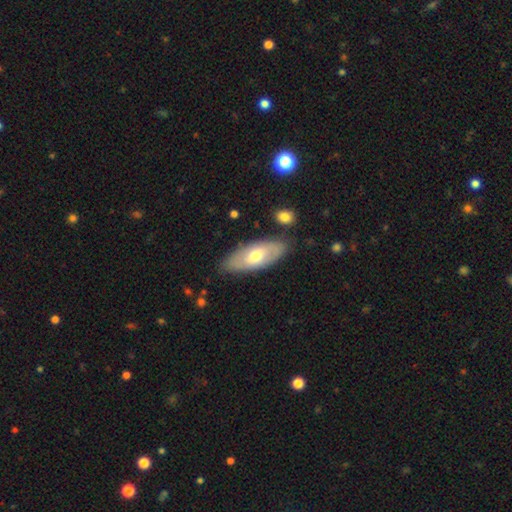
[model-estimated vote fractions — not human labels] A smooth galaxy with no disk features (56%) that is in between round and cigar-shaped (83%).

Vote fractions:
- Smooth or featured? smooth: 56% / featured or disk: 39% / star or artifact: 5%
- How rounded? in between: 83% / cigar-shaped: 15% / round: 2%
- Merging? none: 82% / minor disturbance: 13% / major disturbance: 3% / merger: 3%